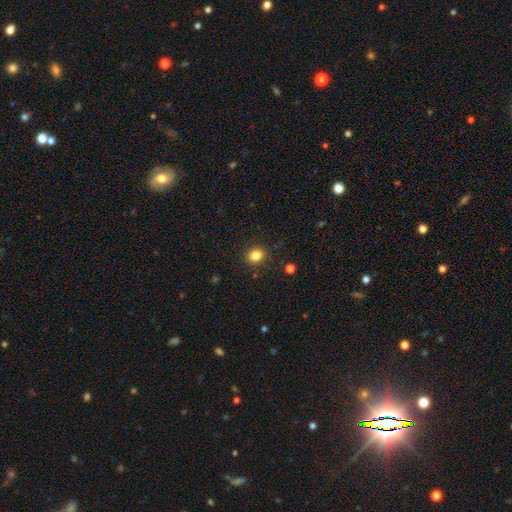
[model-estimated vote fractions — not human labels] This is clearly a smooth galaxy (83%). How rounded: likely round (61%). Merging: clearly none (88%).